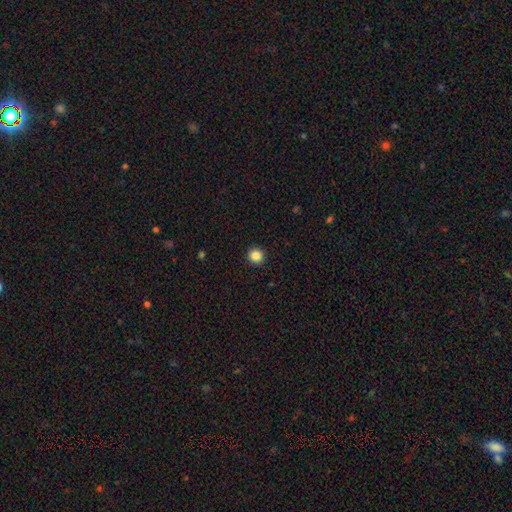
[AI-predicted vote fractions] A smooth galaxy with no disk features (86%) that is round (94%). Merging: none (93%).